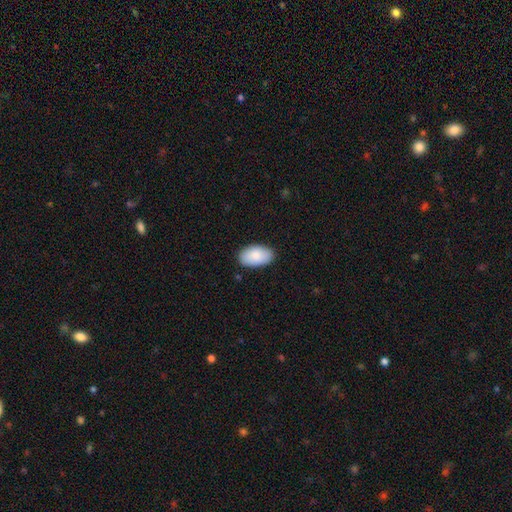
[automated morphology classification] Smooth or featured: smooth — 87% (featured or disk — 7%)
How rounded: in between — 95% (round — 4%)
Merging: none — 86% (minor disturbance — 11%)